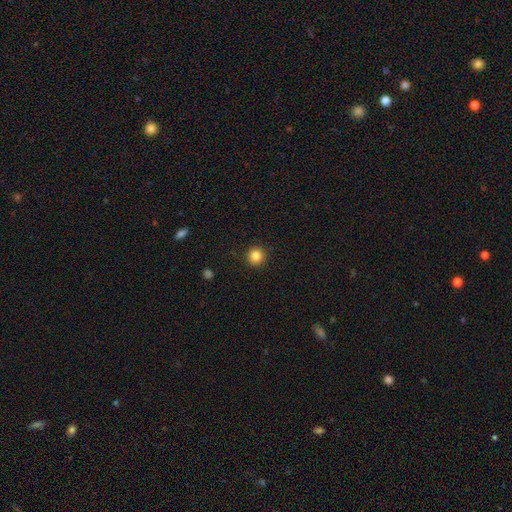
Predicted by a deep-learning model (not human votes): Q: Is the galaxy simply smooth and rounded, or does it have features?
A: smooth — 85%.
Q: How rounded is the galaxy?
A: round — 95%.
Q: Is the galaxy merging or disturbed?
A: none — 92%.